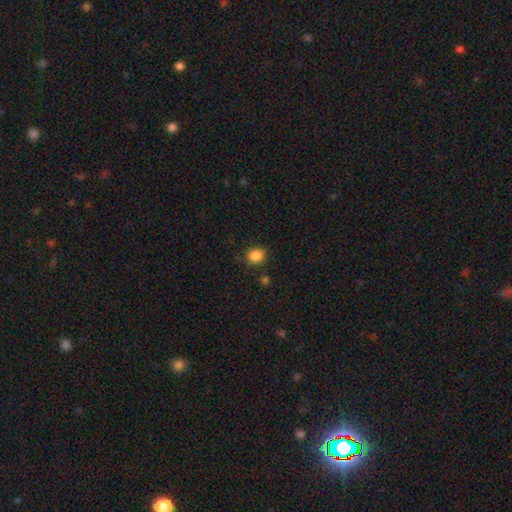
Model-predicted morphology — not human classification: Smooth or featured? Predicted: smooth (p=0.86). How rounded? Predicted: round (p=0.73). Merging? Predicted: none (p=0.83).